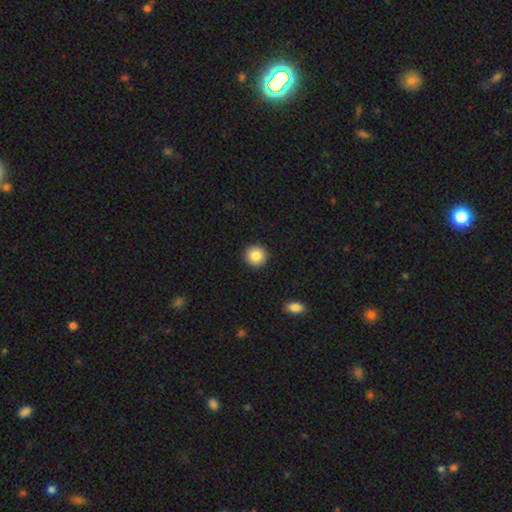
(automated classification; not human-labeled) Smooth or featured: smooth — 85% (star or artifact — 9%)
How rounded: round — 94% (in between — 5%)
Merging: none — 93% (minor disturbance — 5%)